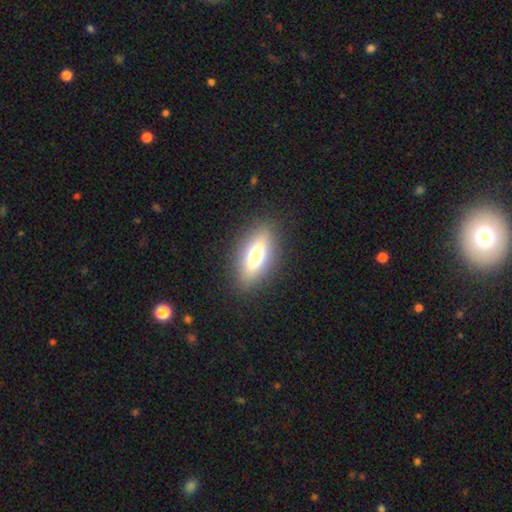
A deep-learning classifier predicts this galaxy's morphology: Q: Smooth or featured?
A: smooth (65%); runner-up: featured or disk (26%)
Q: How rounded?
A: in between (74%); runner-up: cigar-shaped (22%)
Q: Merging?
A: none (87%); runner-up: minor disturbance (9%)